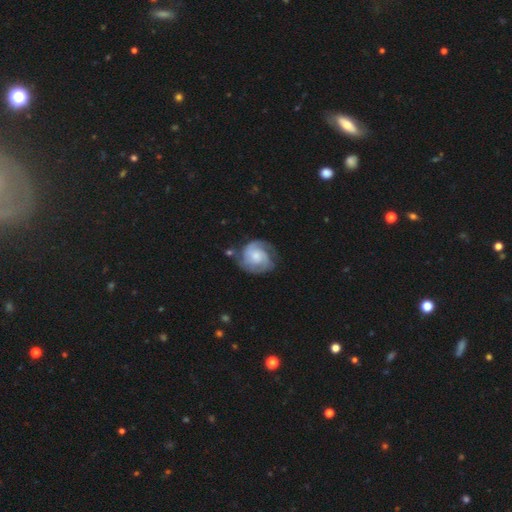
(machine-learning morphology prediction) This appears to be a featured or disk galaxy (76%) with no bar (69%), 2 (51%) tight (52%) spiral arms (94%) and a moderate central bulge (43%). Merging: none (64%).